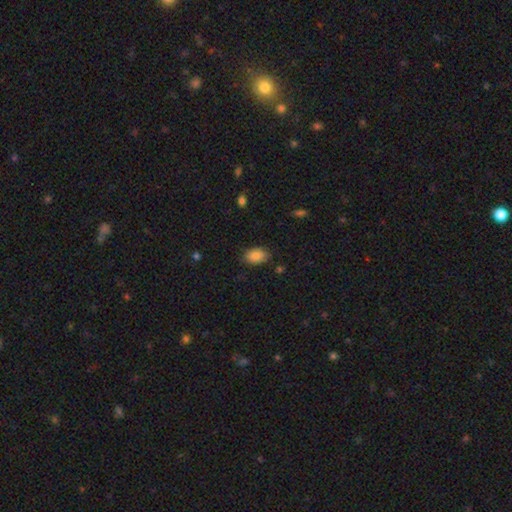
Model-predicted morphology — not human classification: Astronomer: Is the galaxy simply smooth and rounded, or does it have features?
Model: smooth — 86%.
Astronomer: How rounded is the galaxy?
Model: in between — 88%.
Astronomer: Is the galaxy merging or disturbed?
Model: none — 80%.